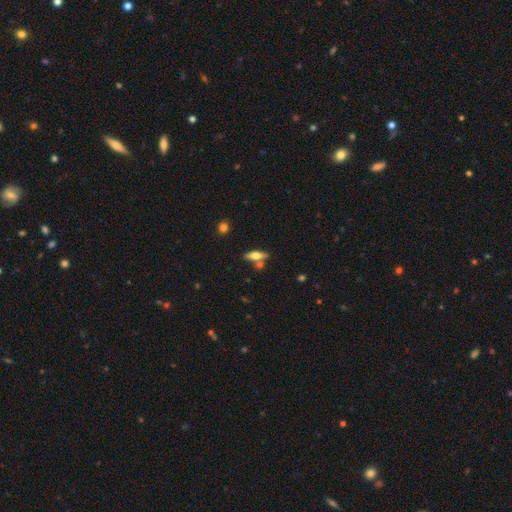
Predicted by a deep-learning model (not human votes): A smooth galaxy with no disk features (48%).

Vote fractions:
- Smooth or featured? smooth: 48% / featured or disk: 44% / star or artifact: 7%
- Merging? none: 68% / merger: 17% / minor disturbance: 11% / major disturbance: 3%